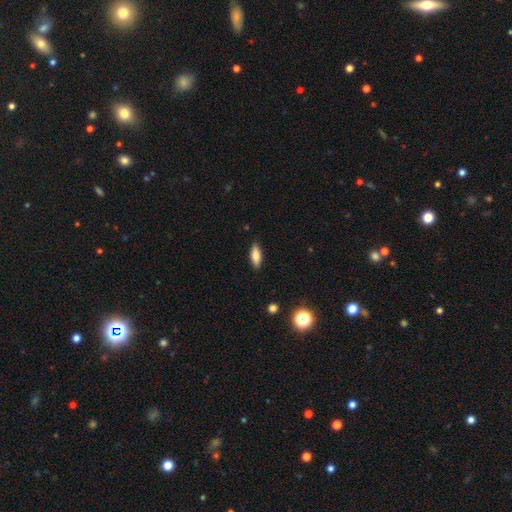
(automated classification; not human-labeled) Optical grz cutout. It shows a smooth galaxy with no disk features (76%) that is in between round and cigar-shaped (60%). Merging: none (87%).